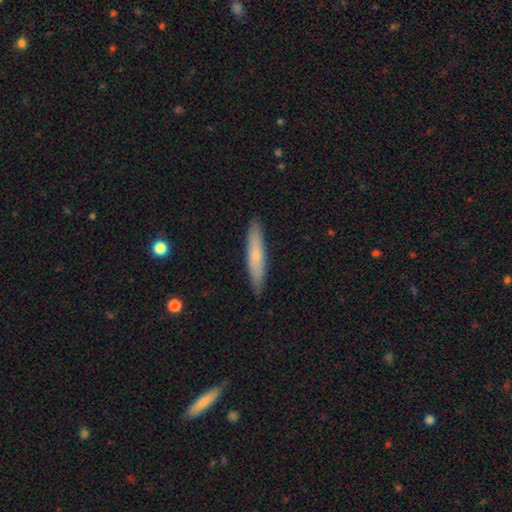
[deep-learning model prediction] smooth-or-featured: smooth: 63% | featured or disk: 31% | star or artifact: 6%
  how-rounded: cigar-shaped: 90% | in between: 9% | round: 1%
  merging: none: 89% | minor disturbance: 8% | major disturbance: 1% | merger: 1%